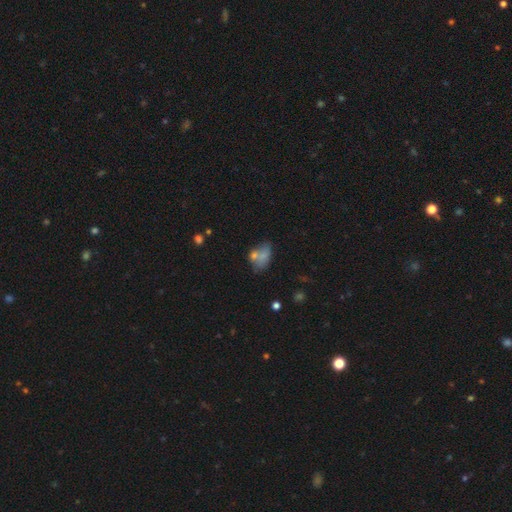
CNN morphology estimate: A smooth galaxy with no disk features (58%) that is in between round and cigar-shaped (74%). Merging: none (41%).